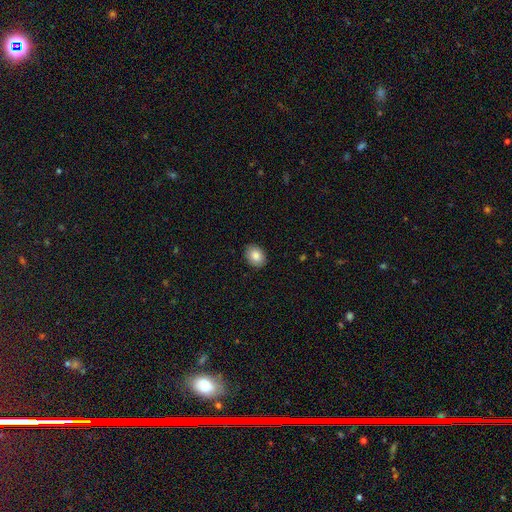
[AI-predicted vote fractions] Q: Smooth or featured?
A: smooth (86%); runner-up: star or artifact (8%)
Q: How rounded?
A: in between (61%); runner-up: round (38%)
Q: Merging?
A: none (89%); runner-up: minor disturbance (8%)